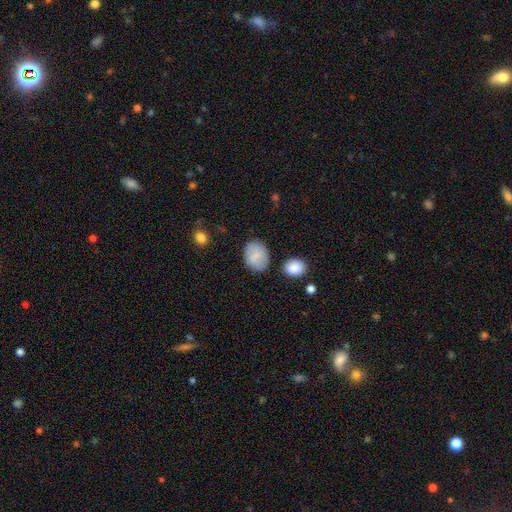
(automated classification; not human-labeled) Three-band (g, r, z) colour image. It shows a smooth galaxy with no disk features (80%) that is in between round and cigar-shaped (66%). Merging: none (76%).